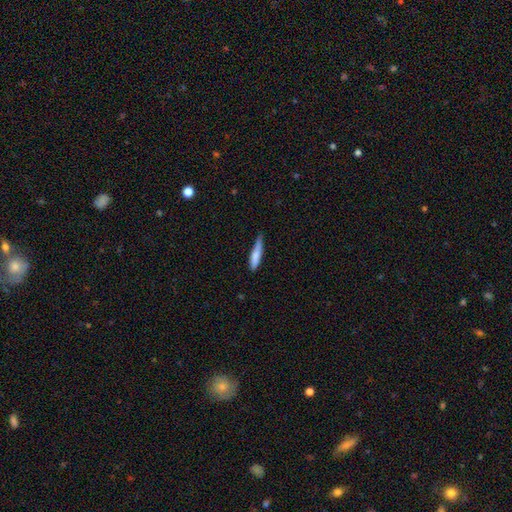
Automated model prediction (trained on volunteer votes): smooth 77%, featured or disk 17%, star or artifact 6%. Down the decision tree: how rounded — cigar-shaped (85%); merging — none (64%).